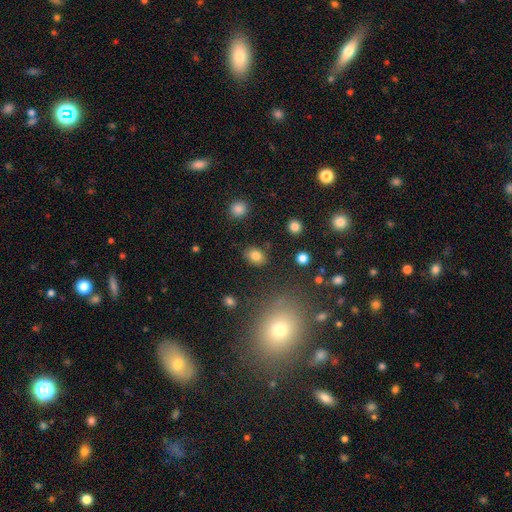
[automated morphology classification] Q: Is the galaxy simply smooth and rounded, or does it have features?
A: smooth — 82%.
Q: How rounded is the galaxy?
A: in between — 65%.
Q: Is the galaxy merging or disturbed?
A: none — 84%.